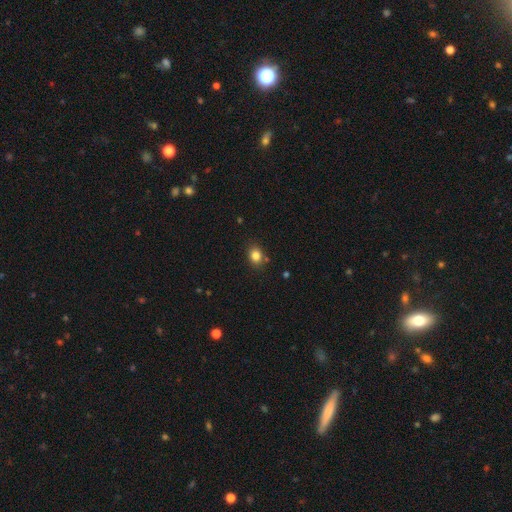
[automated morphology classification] Smooth or featured? Predicted: smooth (p=0.83). How rounded? Predicted: round (p=0.57). Merging? Predicted: none (p=0.82).